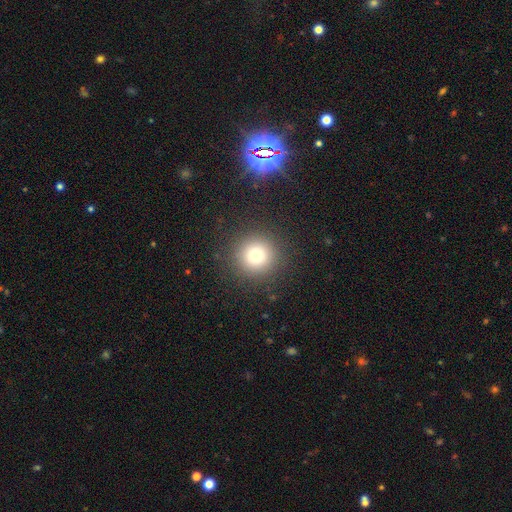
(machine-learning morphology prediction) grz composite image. It shows a smooth galaxy with no disk features (76%) that is round (95%). Merging: none (90%).